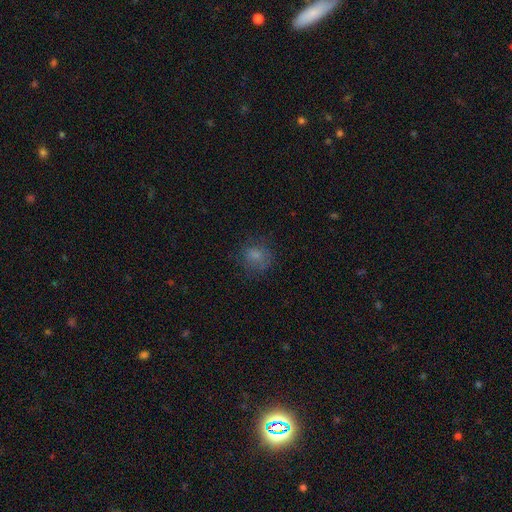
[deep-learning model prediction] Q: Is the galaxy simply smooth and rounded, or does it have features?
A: smooth — 74%.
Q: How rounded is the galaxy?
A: round — 78%.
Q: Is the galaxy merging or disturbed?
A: none — 72%.